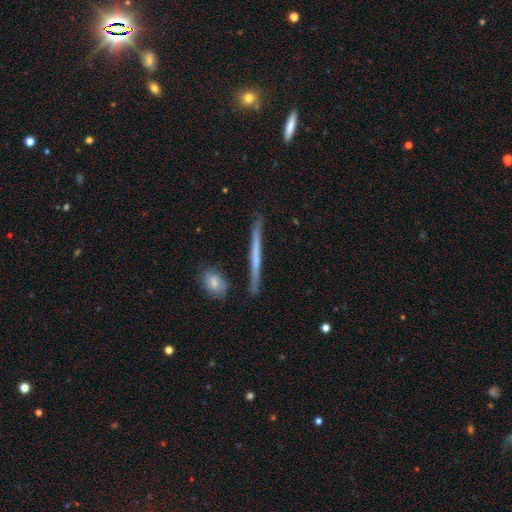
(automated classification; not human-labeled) Q: Smooth or featured?
A: featured or disk (54%); runner-up: smooth (40%)
Q: Edge-on disk?
A: yes (96%); runner-up: no (4%)
Q: Edge-on bulge?
A: none (85%); runner-up: rounded (10%)
Q: Merging?
A: none (86%); runner-up: minor disturbance (10%)